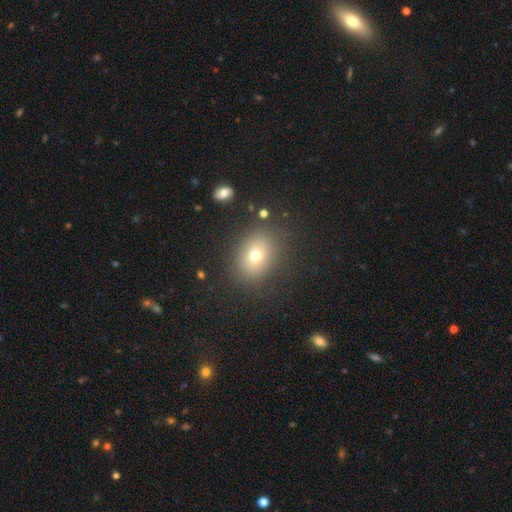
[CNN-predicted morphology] Smooth or featured? smooth (71%)
How rounded? in between (62%)
Merging? none (84%)